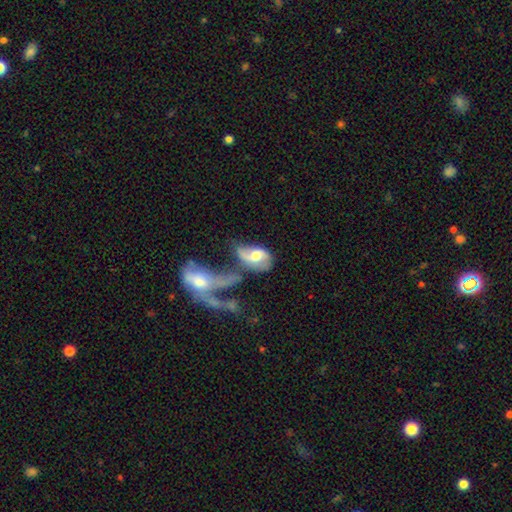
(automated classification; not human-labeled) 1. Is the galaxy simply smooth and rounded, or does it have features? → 57% featured or disk, 36% smooth, 7% star or artifact.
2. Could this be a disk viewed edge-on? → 94% no, 6% yes.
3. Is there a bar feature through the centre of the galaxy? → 58% no, 33% weak, 10% strong.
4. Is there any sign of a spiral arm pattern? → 75% yes, 25% no.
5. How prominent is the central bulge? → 69% moderate, 16% large, 11% small, 2% none, 2% dominant.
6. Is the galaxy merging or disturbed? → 40% merger, 24% none, 21% major disturbance, 15% minor disturbance.